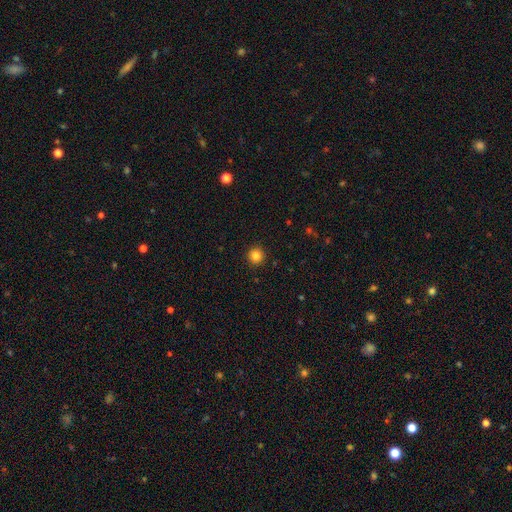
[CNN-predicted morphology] type=smooth (84%); roundness=round (95%); merging=none (92%).